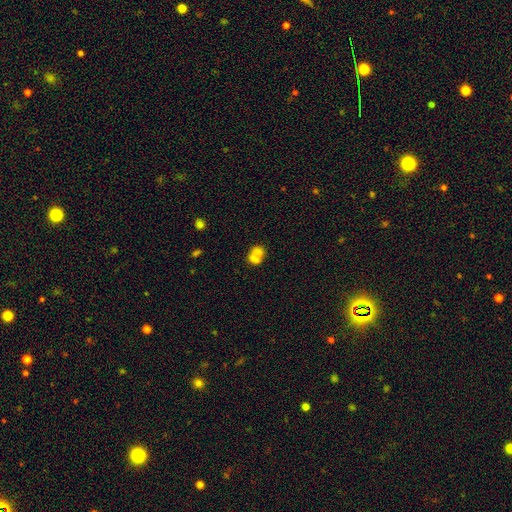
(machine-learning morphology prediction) smooth_or_featured: smooth (p=0.71) [alt: featured or disk p=0.19]
how_rounded: in between (p=0.51) [alt: round p=0.48]
merging: merger (p=0.61) [alt: none p=0.25]